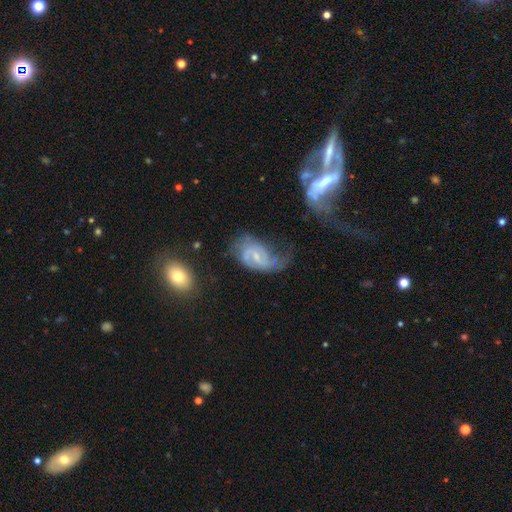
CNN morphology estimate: Smooth or featured? Predicted: featured or disk (p=0.79). Edge-on disk? Predicted: no (p=0.97). Bar? Predicted: weak (p=0.54). Spiral arms? Predicted: yes (p=0.91). Spiral winding? Predicted: medium (p=0.45). Spiral arm count? Predicted: 2 (p=0.66). Bulge size? Predicted: small (p=0.65). Merging? Predicted: none (p=0.37).